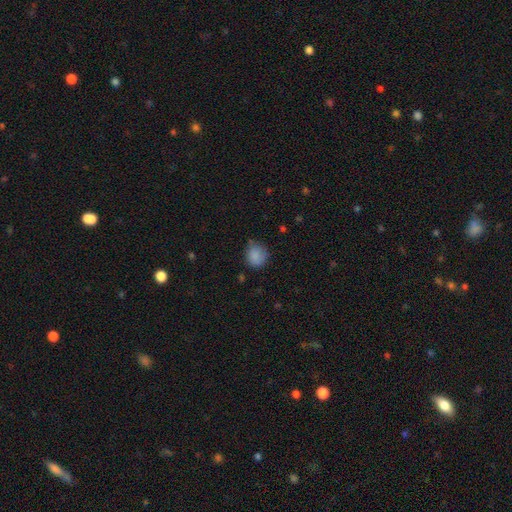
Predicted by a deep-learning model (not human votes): Morphology: type=smooth (85%); roundness=round (78%); merging=none (63%).